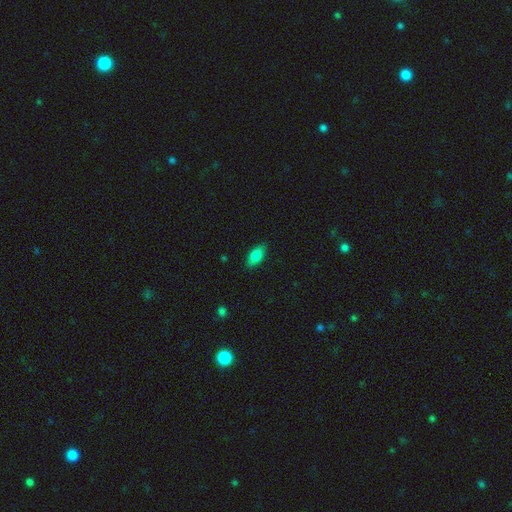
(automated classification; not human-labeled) A smooth galaxy with no disk features (83%) that is in between round and cigar-shaped (89%).

Vote fractions:
- Smooth or featured? smooth: 83% / featured or disk: 10% / star or artifact: 7%
- How rounded? in between: 89% / cigar-shaped: 8% / round: 3%
- Merging? none: 86% / minor disturbance: 11% / major disturbance: 2% / merger: 1%